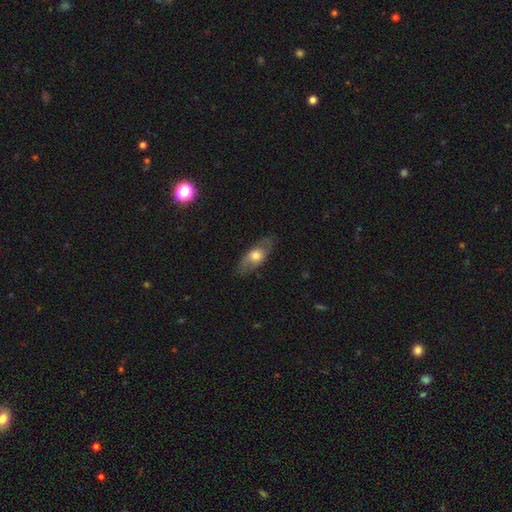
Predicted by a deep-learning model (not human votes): Smooth or featured: smooth — 52% (featured or disk — 42%)
How rounded: in between — 75% (cigar-shaped — 19%)
Merging: none — 81% (minor disturbance — 14%)